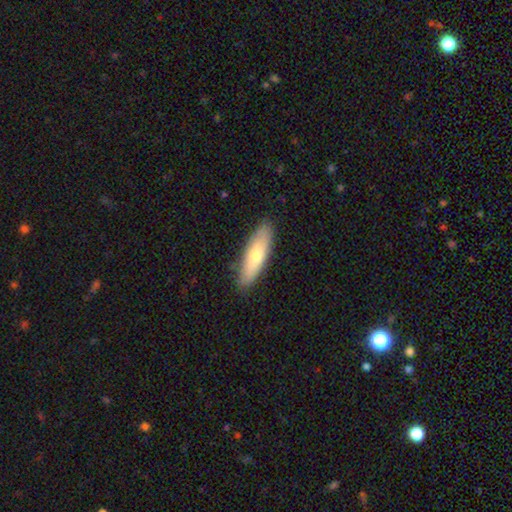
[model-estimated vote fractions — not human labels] Smooth or featured? Predicted: smooth (p=0.68). How rounded? Predicted: cigar-shaped (p=0.55). Merging? Predicted: none (p=0.86).